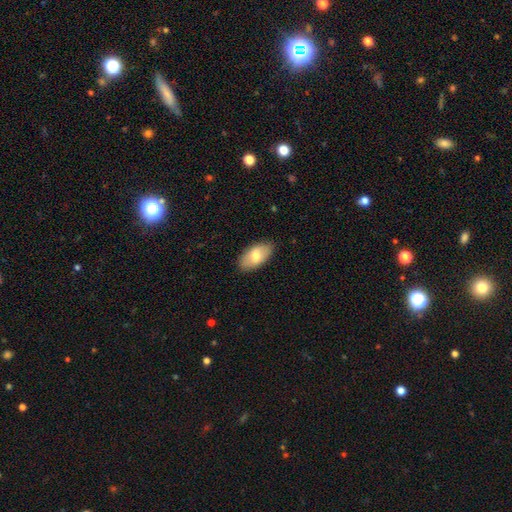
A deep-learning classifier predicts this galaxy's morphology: This appears to be a smooth galaxy with no disk features (71%) that is in between round and cigar-shaped (94%). Merging: none (86%).